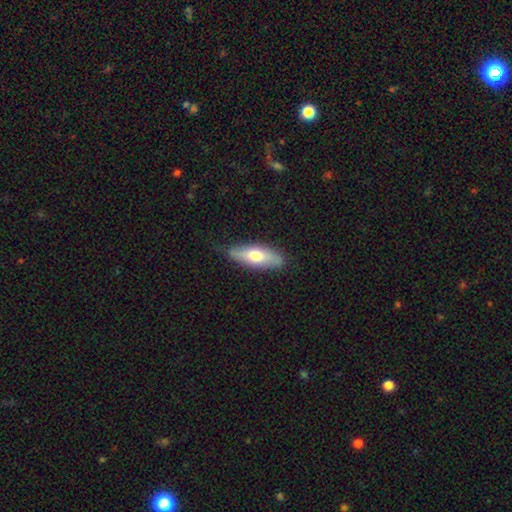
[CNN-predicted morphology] The model was most divided on "smooth or featured": smooth: 60%, featured or disk: 35%, star or artifact: 5%. More confident: merging — none (79%); how rounded — in between (63%).